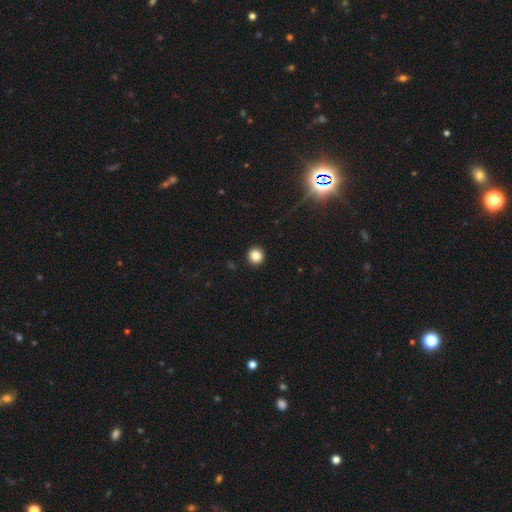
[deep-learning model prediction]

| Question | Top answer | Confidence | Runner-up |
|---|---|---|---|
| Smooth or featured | smooth | 85% | star or artifact (11%) |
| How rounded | round | 95% | in between (4%) |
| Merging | none | 94% | minor disturbance (4%) |